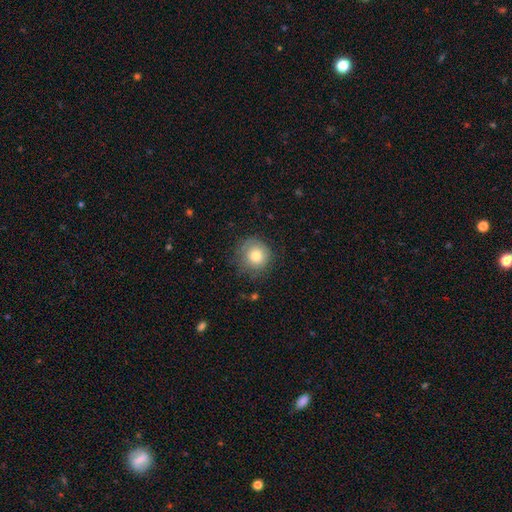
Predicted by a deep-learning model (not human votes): Smooth or featured?
  - smooth: 77% *
  - featured or disk: 14%
  - star or artifact: 8%
How rounded?
  - round: 91% *
  - in between: 8%
  - cigar-shaped: 1%
Merging?
  - none: 71% *
  - minor disturbance: 20%
  - major disturbance: 8%
  - merger: 1%